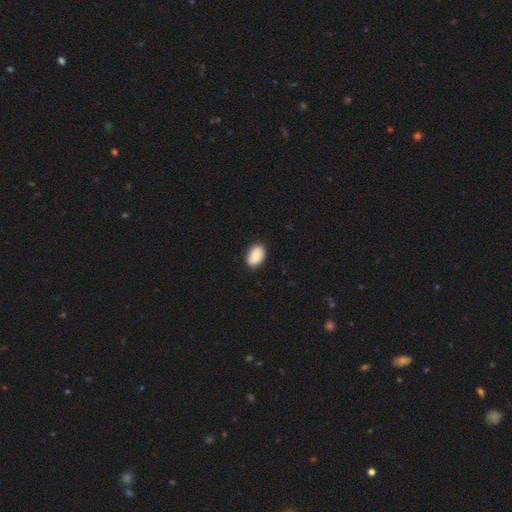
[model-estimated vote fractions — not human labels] Morphology: type=smooth (89%); roundness=in between (88%); merging=none (85%).